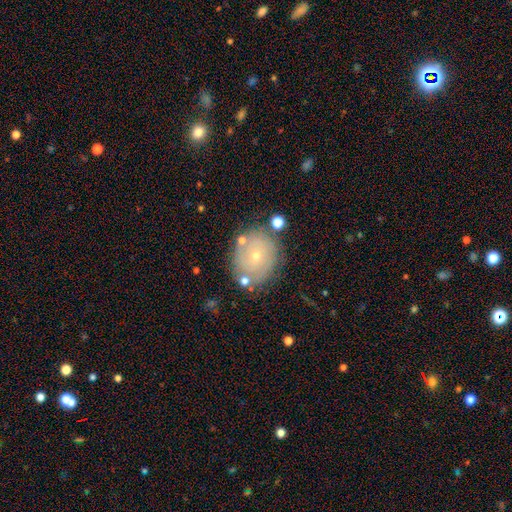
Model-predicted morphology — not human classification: type=featured or disk (53%); edge-on=no (96%); bar=no (87%); spiral arms=yes (57%); bulge=small (76%); merging=none (75%).